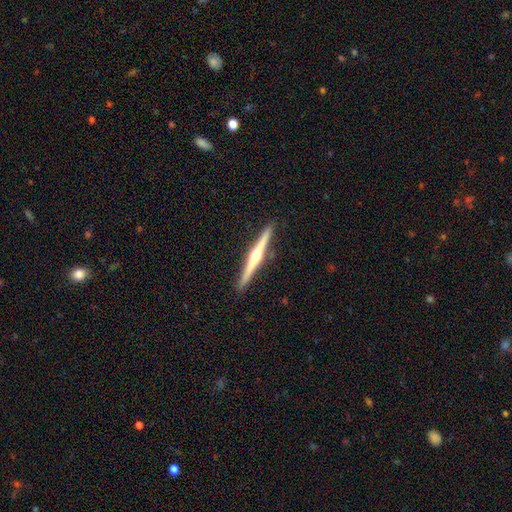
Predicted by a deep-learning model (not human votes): smooth_or_featured: featured or disk (p=0.77) [alt: smooth p=0.18]
disk_edge_on: yes (p=0.98) [alt: no p=0.02]
edge_on_bulge: rounded (p=0.90) [alt: none p=0.06]
merging: none (p=0.91) [alt: minor disturbance p=0.06]